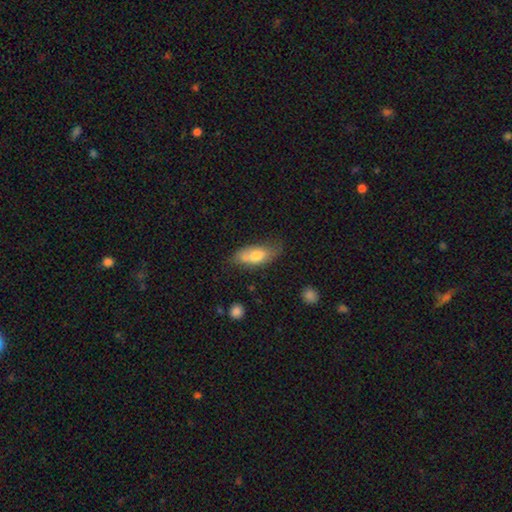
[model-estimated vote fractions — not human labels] Smooth or featured? Predicted: smooth (p=0.70). How rounded? Predicted: in between (p=0.81). Merging? Predicted: none (p=0.52).